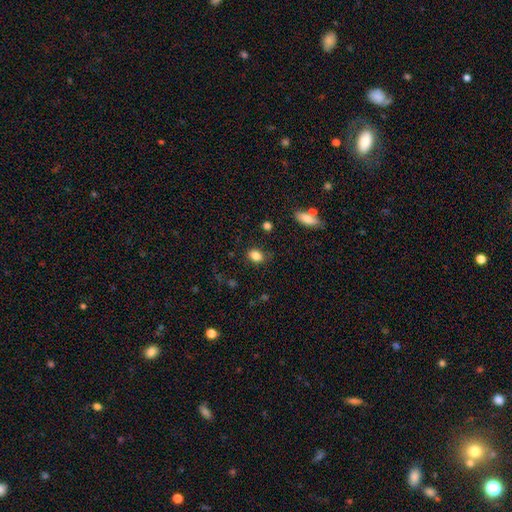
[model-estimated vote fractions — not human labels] This is clearly a smooth galaxy (85%). How rounded: likely in between (73%). Merging: likely none (78%).